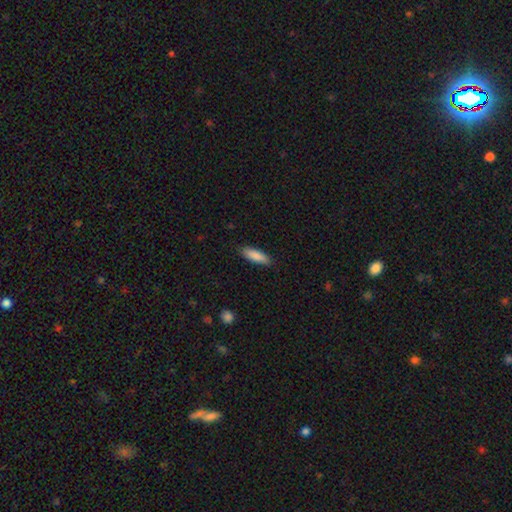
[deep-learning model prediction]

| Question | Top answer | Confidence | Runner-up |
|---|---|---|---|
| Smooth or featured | smooth | 88% | featured or disk (6%) |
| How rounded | cigar-shaped | 51% | in between (48%) |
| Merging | none | 88% | minor disturbance (9%) |